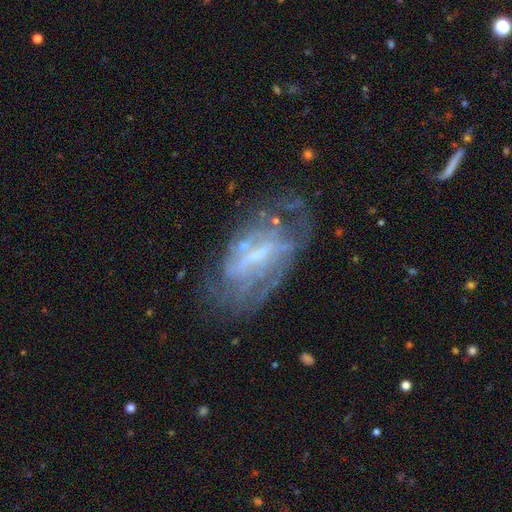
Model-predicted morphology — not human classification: This is likely a featured or disk galaxy (75%). It is clearly not viewed edge-on (92%). Bar: marginally strong (41%). Spiral arm pattern: likely yes (62%). Central bulge: possibly small (46%). Merging: possibly none (52%).